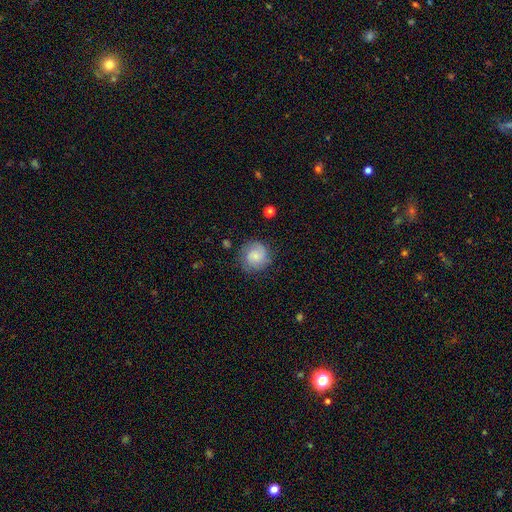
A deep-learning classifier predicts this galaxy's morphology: This is possibly a smooth galaxy (52%). How rounded: clearly round (89%). Merging: likely none (78%).